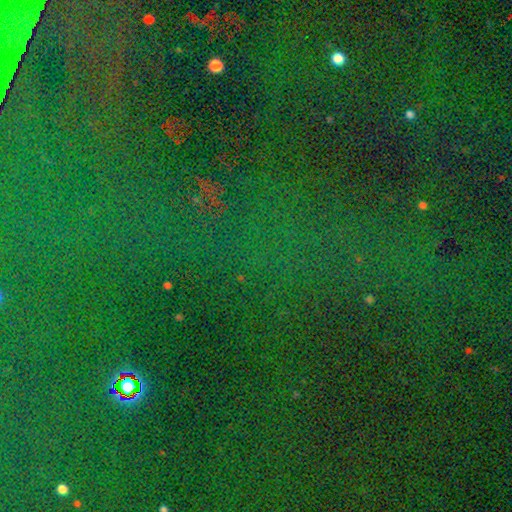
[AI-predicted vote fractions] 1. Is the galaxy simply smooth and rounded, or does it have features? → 79% star or artifact, 13% smooth, 8% featured or disk.